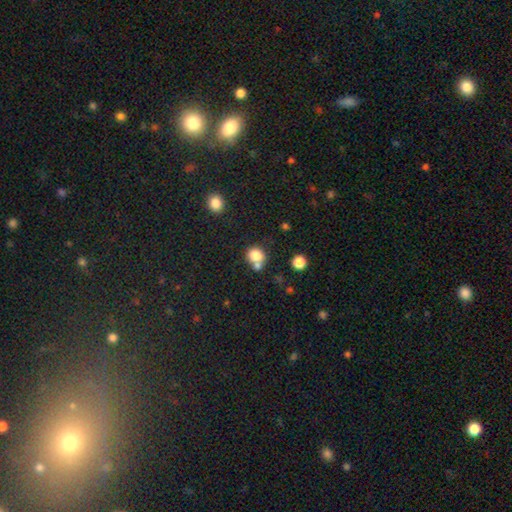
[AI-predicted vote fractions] Smooth or featured? smooth (81%)
How rounded? round (77%)
Merging? none (51%)